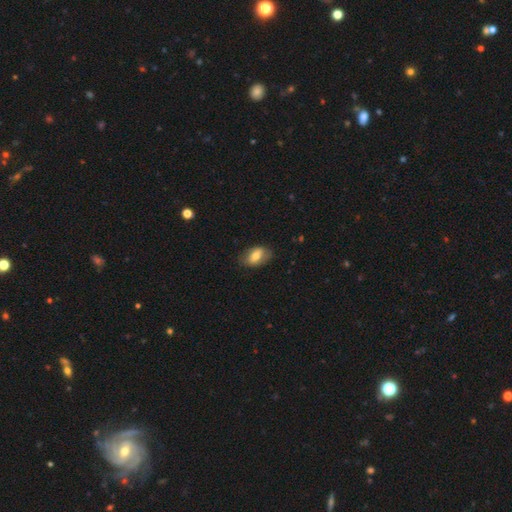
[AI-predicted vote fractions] smooth_or_featured: smooth (p=0.67) [alt: featured or disk p=0.25]
how_rounded: in between (p=0.89) [alt: round p=0.09]
merging: none (p=0.74) [alt: minor disturbance p=0.20]